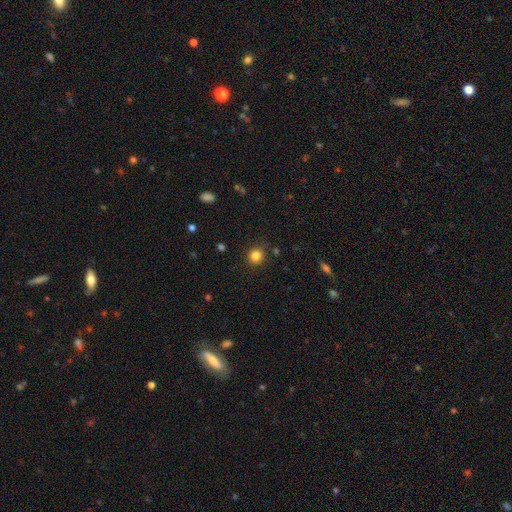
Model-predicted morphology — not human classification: Q: Smooth or featured?
A: smooth (83%); runner-up: star or artifact (13%)
Q: How rounded?
A: round (88%); runner-up: in between (11%)
Q: Merging?
A: none (87%); runner-up: minor disturbance (9%)